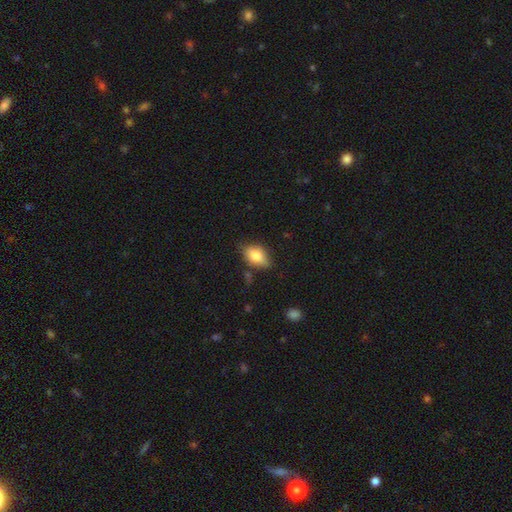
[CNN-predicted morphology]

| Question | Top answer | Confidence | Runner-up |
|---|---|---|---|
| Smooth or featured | smooth | 79% | featured or disk (14%) |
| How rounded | in between | 86% | round (11%) |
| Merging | none | 71% | minor disturbance (22%) |